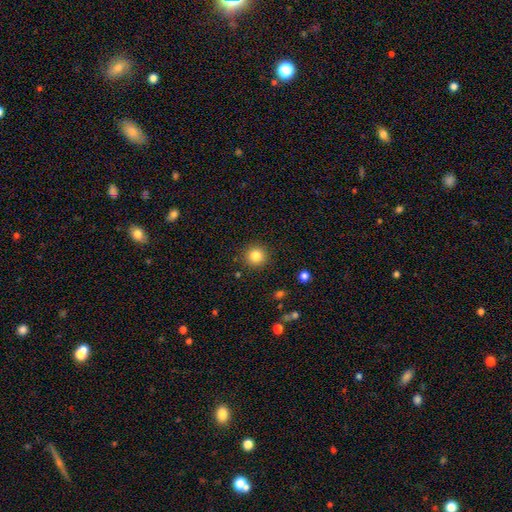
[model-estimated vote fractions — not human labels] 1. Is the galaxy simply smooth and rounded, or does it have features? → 83% smooth, 11% star or artifact, 6% featured or disk.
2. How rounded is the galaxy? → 94% round, 5% in between, 1% cigar-shaped.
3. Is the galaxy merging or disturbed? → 90% none, 6% minor disturbance, 2% major disturbance, 1% merger.